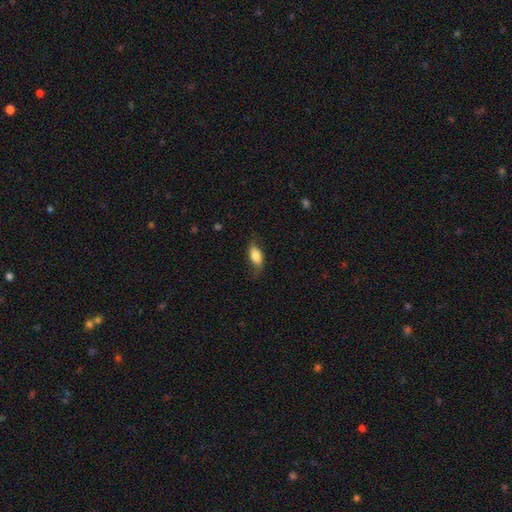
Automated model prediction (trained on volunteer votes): Smooth or featured?
  - smooth: 73% *
  - featured or disk: 21%
  - star or artifact: 7%
How rounded?
  - in between: 86% *
  - cigar-shaped: 9%
  - round: 4%
Merging?
  - none: 66% *
  - minor disturbance: 24%
  - major disturbance: 9%
  - merger: 1%